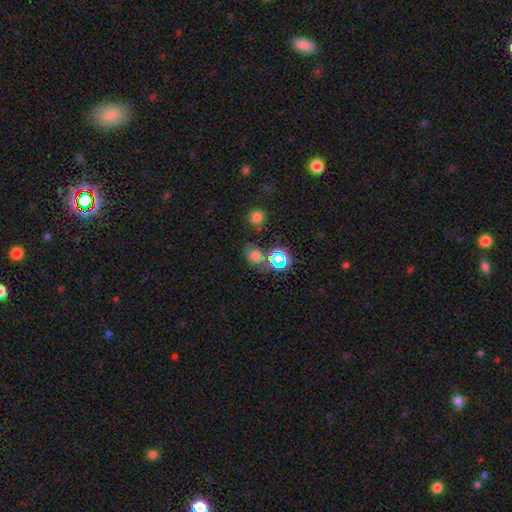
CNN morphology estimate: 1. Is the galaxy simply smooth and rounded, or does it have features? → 55% smooth, 32% star or artifact, 13% featured or disk.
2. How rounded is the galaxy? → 53% in between, 46% round, 1% cigar-shaped.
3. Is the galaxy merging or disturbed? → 56% none, 17% minor disturbance, 17% merger, 9% major disturbance.